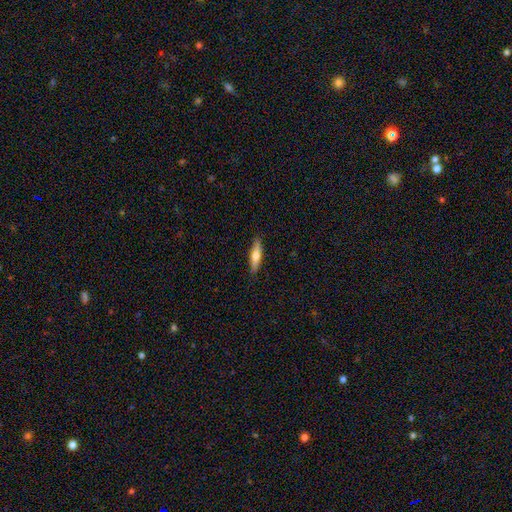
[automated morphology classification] A smooth galaxy with no disk features (57%) that is cigar-shaped (75%).

Vote fractions:
- Smooth or featured? smooth: 57% / featured or disk: 37% / star or artifact: 6%
- How rounded? cigar-shaped: 75% / in between: 23% / round: 2%
- Merging? none: 89% / minor disturbance: 8% / major disturbance: 2% / merger: 1%